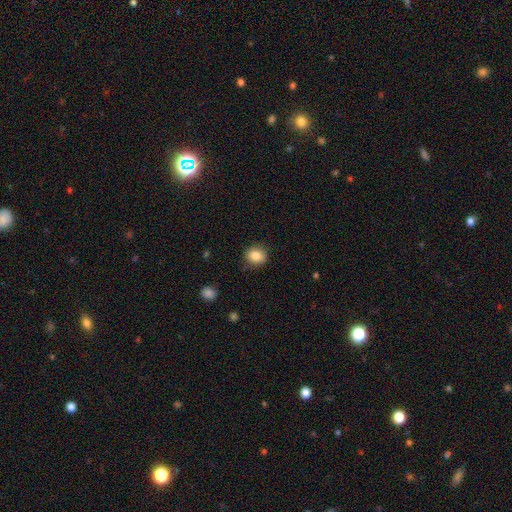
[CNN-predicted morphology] This appears to be a smooth galaxy with no disk features (86%) that is round (68%). Merging: none (83%).